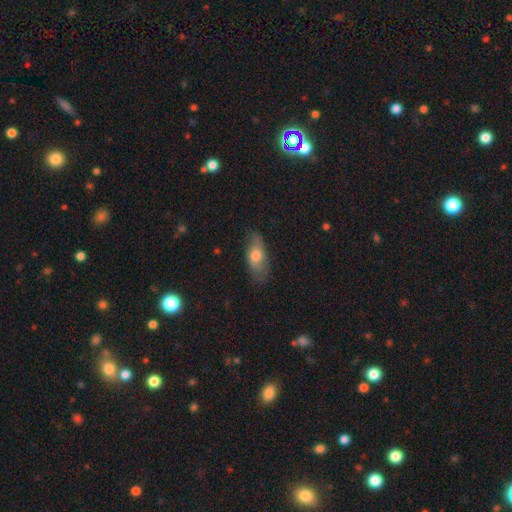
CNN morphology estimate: Q: Smooth or featured?
A: smooth (64%); runner-up: featured or disk (30%)
Q: How rounded?
A: in between (83%); runner-up: cigar-shaped (12%)
Q: Merging?
A: none (69%); runner-up: minor disturbance (24%)